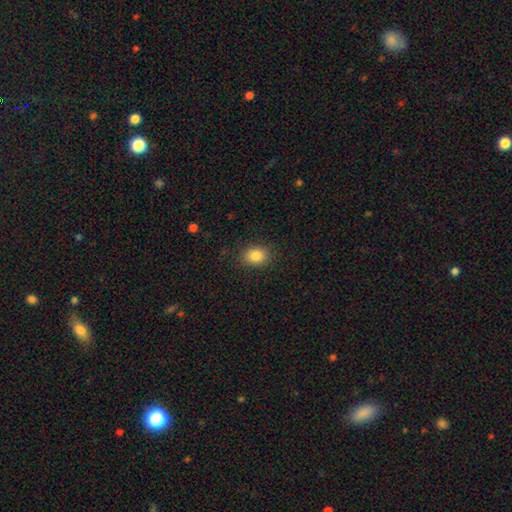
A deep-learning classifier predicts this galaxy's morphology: This is clearly a smooth galaxy (84%). How rounded: likely in between (62%). Merging: clearly none (87%).